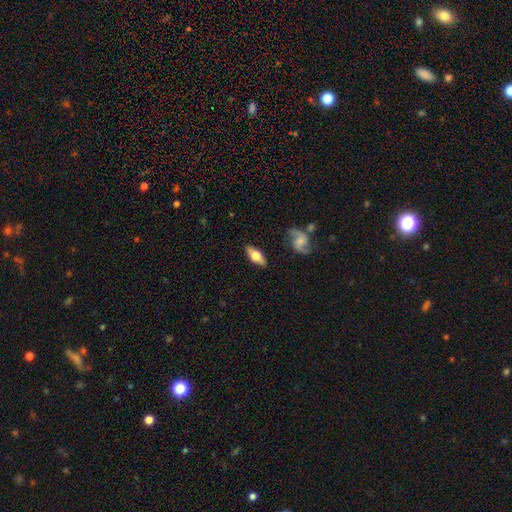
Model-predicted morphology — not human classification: Q: Smooth or featured?
A: smooth (55%); runner-up: featured or disk (39%)
Q: How rounded?
A: in between (79%); runner-up: cigar-shaped (17%)
Q: Merging?
A: none (83%); runner-up: minor disturbance (12%)